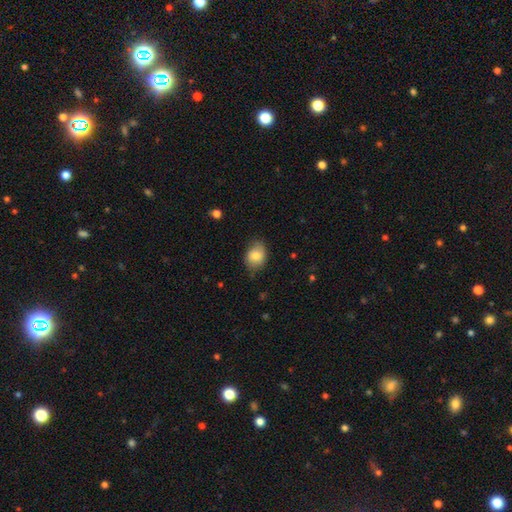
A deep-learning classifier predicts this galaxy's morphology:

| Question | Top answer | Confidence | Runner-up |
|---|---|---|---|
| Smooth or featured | smooth | 78% | featured or disk (14%) |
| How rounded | in between | 59% | round (40%) |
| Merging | none | 68% | minor disturbance (25%) |